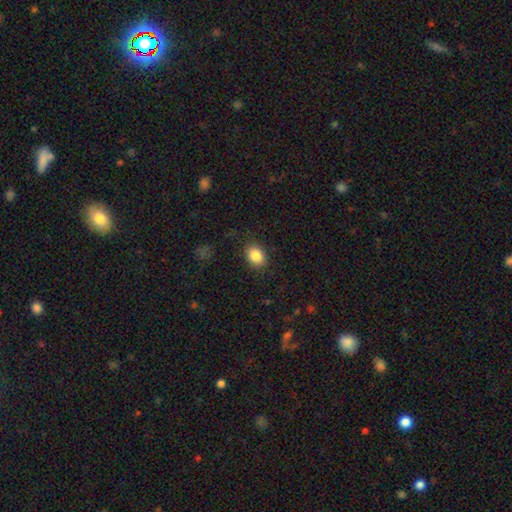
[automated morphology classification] Smooth or featured: smooth — 86% (star or artifact — 9%)
How rounded: in between — 66% (round — 33%)
Merging: none — 85% (minor disturbance — 10%)